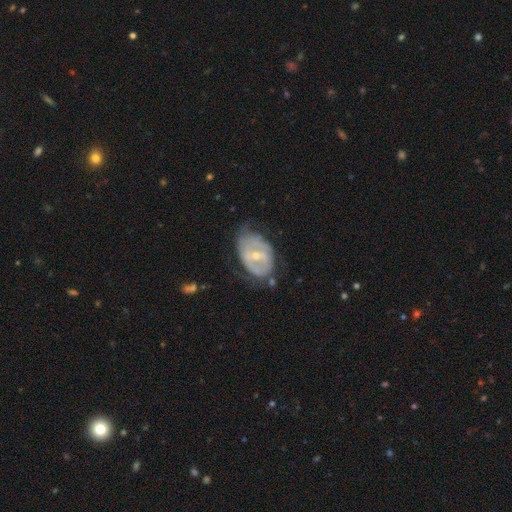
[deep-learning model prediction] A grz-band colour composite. It shows a featured or disk galaxy (67%) with a weak bar (44%), spiral arms (54%) and a small central bulge (55%). Merging: none (44%).